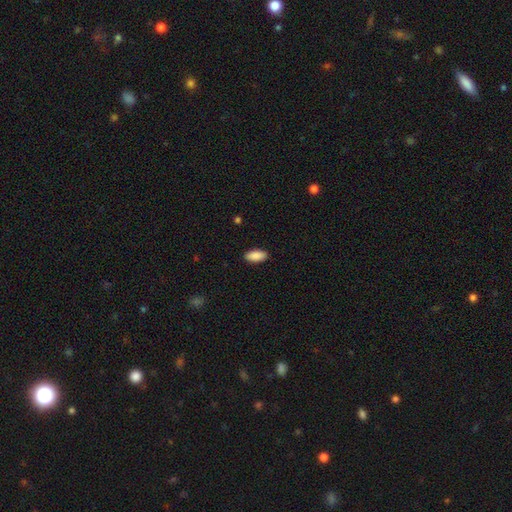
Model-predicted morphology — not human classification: Smooth or featured?
  - smooth: 90% *
  - star or artifact: 6%
  - featured or disk: 4%
How rounded?
  - in between: 90% *
  - cigar-shaped: 8%
  - round: 2%
Merging?
  - none: 90% *
  - minor disturbance: 7%
  - major disturbance: 2%
  - merger: 1%